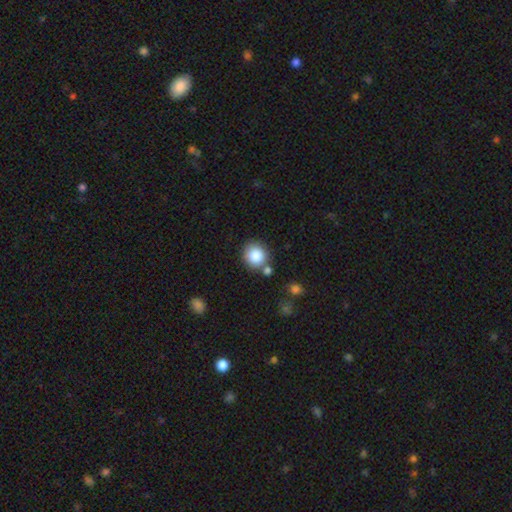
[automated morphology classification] A smooth galaxy with no disk features (85%) that is round (88%). Merging: none (74%).